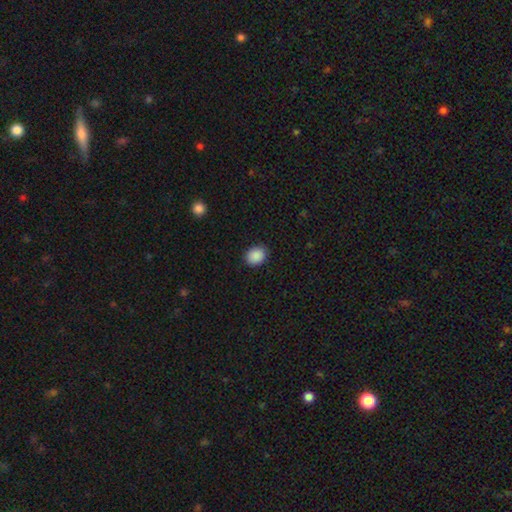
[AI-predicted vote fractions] Morphology: type=smooth (89%); roundness=round (60%); merging=none (89%).